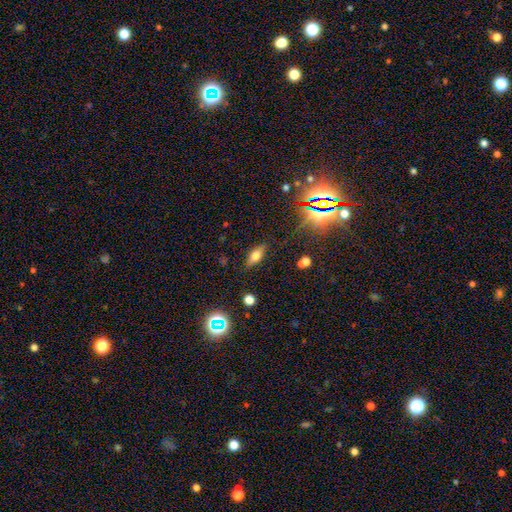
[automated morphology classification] type=smooth (57%); roundness=in between (73%); merging=none (84%).